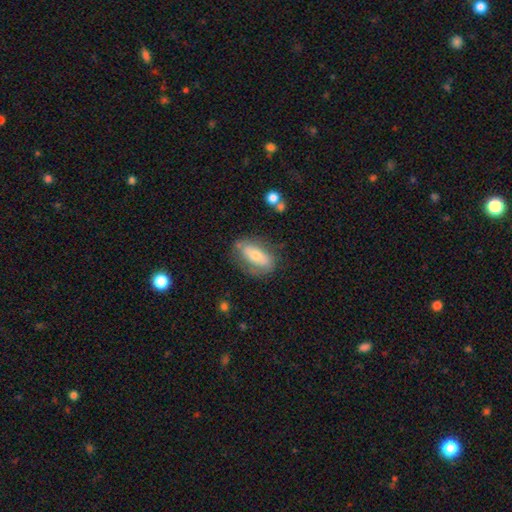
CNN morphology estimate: smooth_or_featured: smooth (p=0.54) [alt: featured or disk p=0.39]
how_rounded: in between (p=0.82) [alt: cigar-shaped p=0.12]
merging: none (p=0.68) [alt: minor disturbance p=0.21]